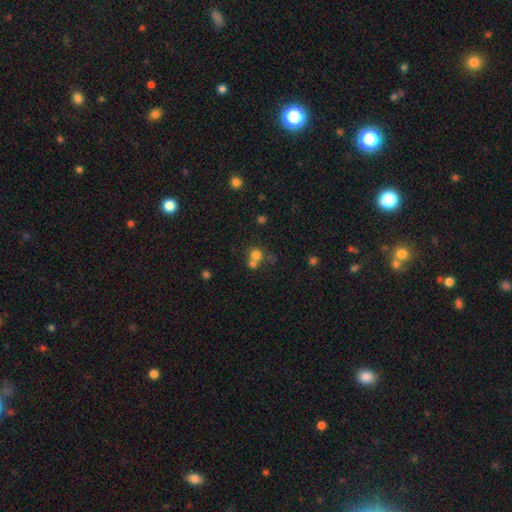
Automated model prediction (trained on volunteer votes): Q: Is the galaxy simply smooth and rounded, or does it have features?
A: smooth — 73%.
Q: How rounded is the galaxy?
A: round — 86%.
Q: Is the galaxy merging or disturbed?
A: merger — 47%.